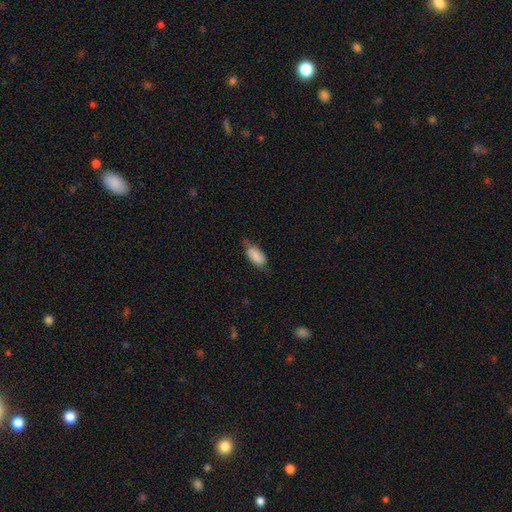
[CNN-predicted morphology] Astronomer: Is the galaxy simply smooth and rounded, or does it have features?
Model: smooth — 79%.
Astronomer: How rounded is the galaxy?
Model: in between — 90%.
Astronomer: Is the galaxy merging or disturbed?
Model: none — 53% (runner-up: minor disturbance, 36%).